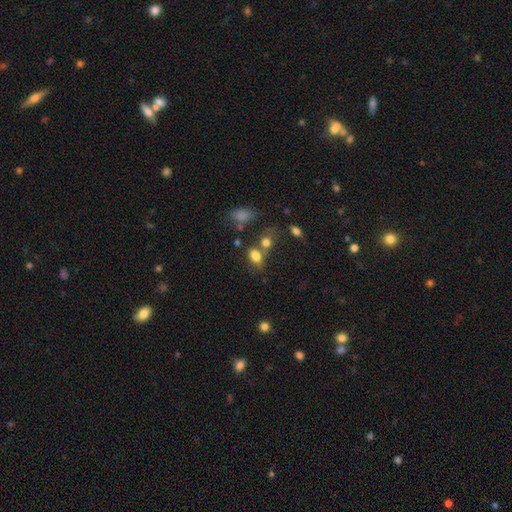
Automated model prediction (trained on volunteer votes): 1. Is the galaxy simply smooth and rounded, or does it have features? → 80% smooth, 12% star or artifact, 9% featured or disk.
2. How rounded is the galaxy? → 79% in between, 19% round, 2% cigar-shaped.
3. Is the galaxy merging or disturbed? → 48% none, 31% merger, 14% minor disturbance, 7% major disturbance.